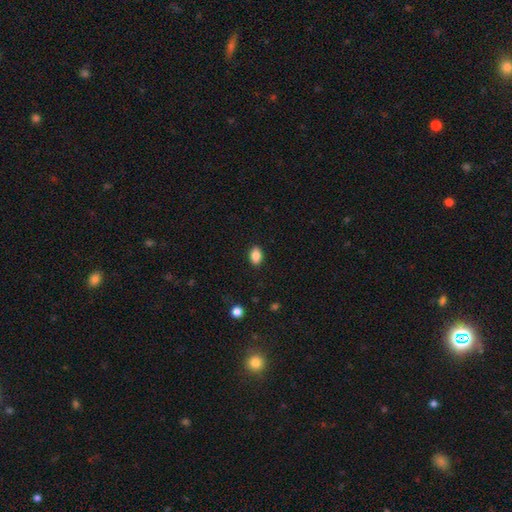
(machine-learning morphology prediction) This appears to be a smooth galaxy with no disk features (86%) that is in between round and cigar-shaped (86%). Merging: none (88%).